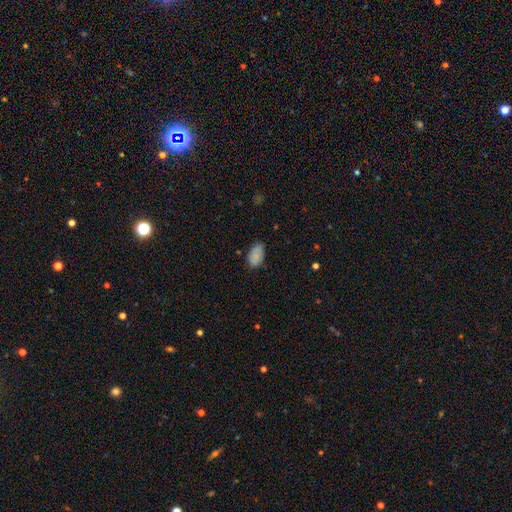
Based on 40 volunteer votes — smooth_or_featured: smooth (p=0.85) [alt: star or artifact p=0.10]
how_rounded: in between (p=0.91) [alt: round p=0.06]
merging: none (p=0.61) [alt: minor disturbance p=0.39]